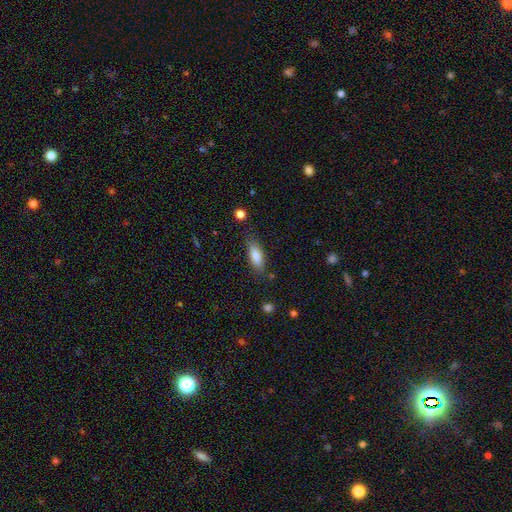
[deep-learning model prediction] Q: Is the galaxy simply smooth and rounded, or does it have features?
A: smooth — 83%.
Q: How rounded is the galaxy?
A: in between — 69%.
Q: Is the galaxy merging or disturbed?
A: none — 79%.